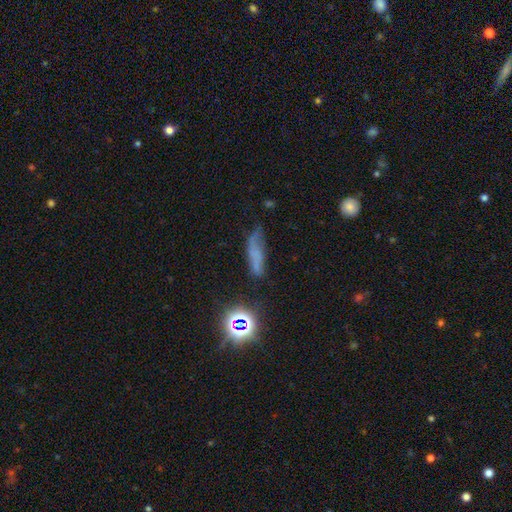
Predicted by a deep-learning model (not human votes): smooth 48%, featured or disk 27%, star or artifact 25%. Down the decision tree: merging — none (45%).